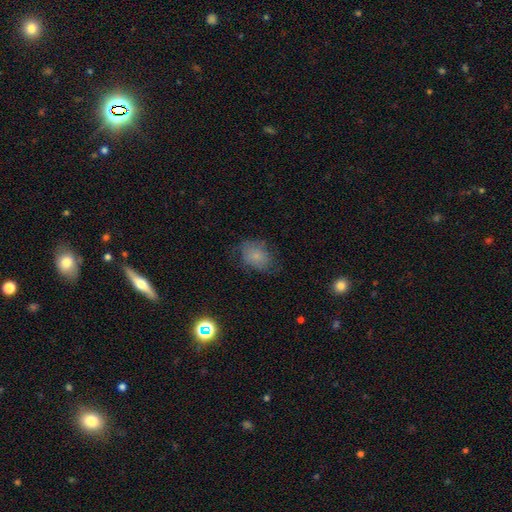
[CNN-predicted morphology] type=smooth (72%); roundness=in between (67%); merging=none (61%).